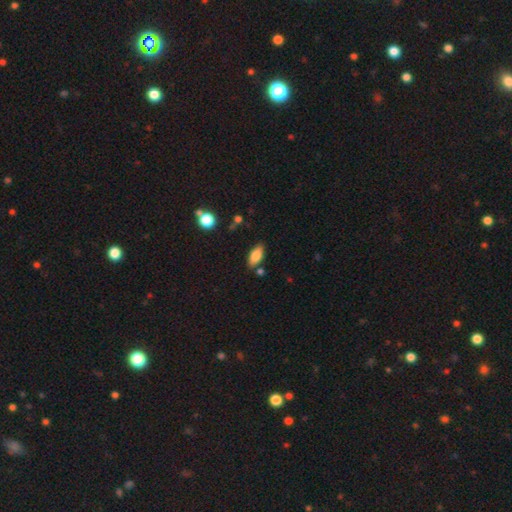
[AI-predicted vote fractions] Smooth or featured?
  - smooth: 80% *
  - featured or disk: 12%
  - star or artifact: 7%
How rounded?
  - in between: 86% *
  - cigar-shaped: 12%
  - round: 3%
Merging?
  - none: 80% *
  - minor disturbance: 13%
  - merger: 4%
  - major disturbance: 3%